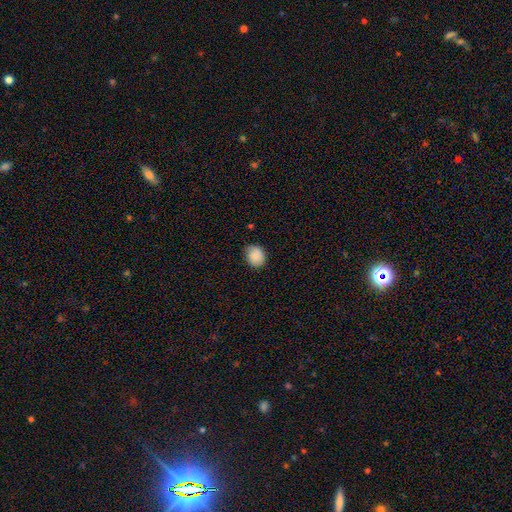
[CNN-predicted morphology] A smooth galaxy with no disk features (88%) that is round (53%). Merging: none (76%).